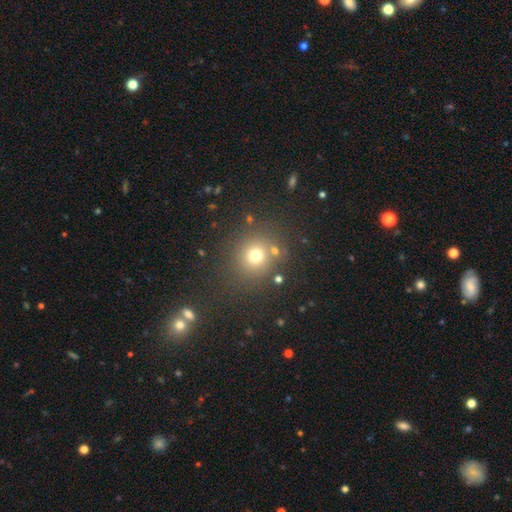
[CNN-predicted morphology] A smooth galaxy with no disk features (71%) that is round (88%). Merging: none (78%).